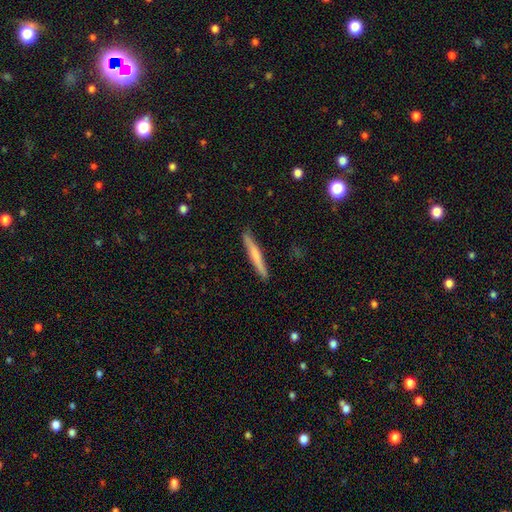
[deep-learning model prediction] Smooth or featured?
  - smooth: 60% *
  - featured or disk: 35%
  - star or artifact: 6%
How rounded?
  - cigar-shaped: 96% *
  - in between: 3%
  - round: 1%
Merging?
  - none: 90% *
  - minor disturbance: 7%
  - major disturbance: 1%
  - merger: 1%